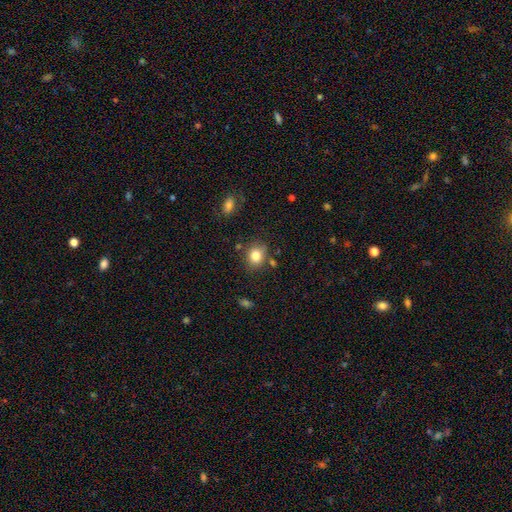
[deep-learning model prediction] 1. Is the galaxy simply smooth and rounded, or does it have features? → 82% smooth, 10% star or artifact, 8% featured or disk.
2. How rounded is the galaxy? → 60% round, 39% in between, 1% cigar-shaped.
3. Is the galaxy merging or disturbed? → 75% none, 15% minor disturbance, 6% merger, 4% major disturbance.